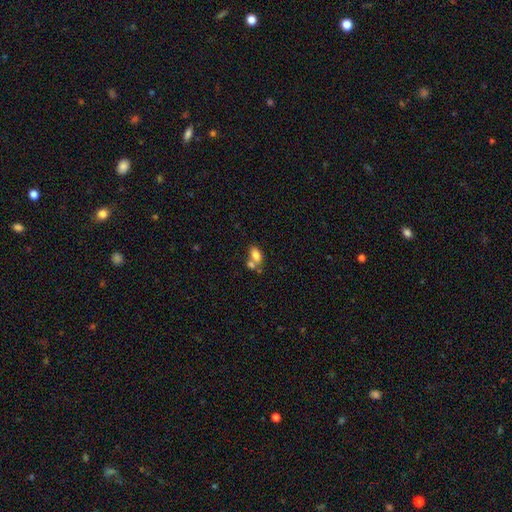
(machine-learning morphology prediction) Smooth or featured? Predicted: smooth (p=0.79). How rounded? Predicted: in between (p=0.89). Merging? Predicted: merger (p=0.42, tied with none).